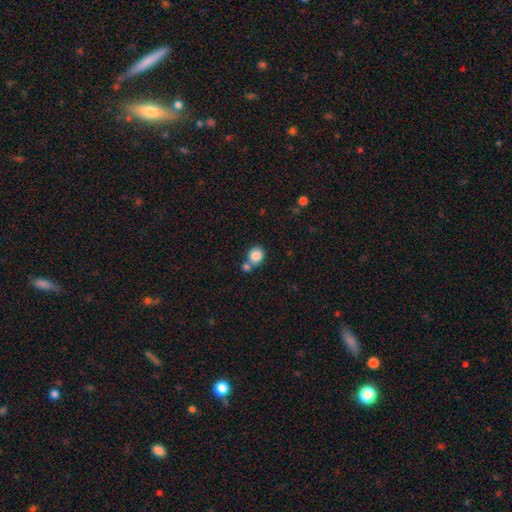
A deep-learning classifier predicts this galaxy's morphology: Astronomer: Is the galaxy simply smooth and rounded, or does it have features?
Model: smooth — 85%.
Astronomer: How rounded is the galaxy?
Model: round — 77%.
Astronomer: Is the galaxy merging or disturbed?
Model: none — 53% (runner-up: merger, 34%).